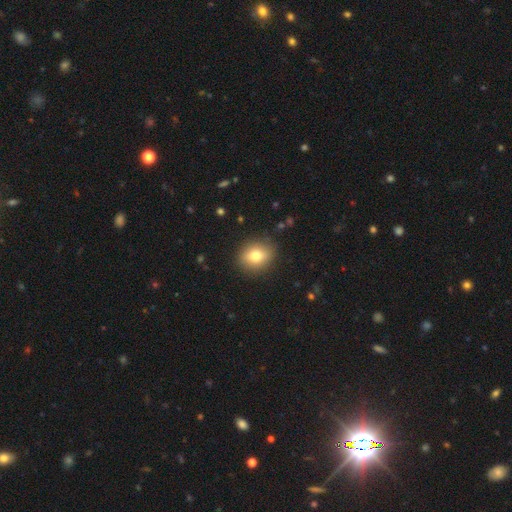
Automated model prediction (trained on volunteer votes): A smooth galaxy with no disk features (78%) that is round (53%).

Vote fractions:
- Smooth or featured? smooth: 78% / featured or disk: 12% / star or artifact: 9%
- How rounded? round: 53% / in between: 46% / cigar-shaped: 1%
- Merging? none: 87% / minor disturbance: 9% / major disturbance: 3% / merger: 1%